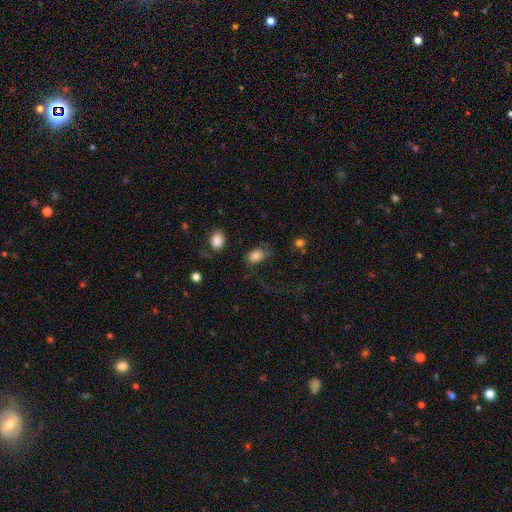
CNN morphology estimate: Smooth or featured? Predicted: smooth (p=0.82). How rounded? Predicted: in between (p=0.84). Merging? Predicted: none (p=0.58).